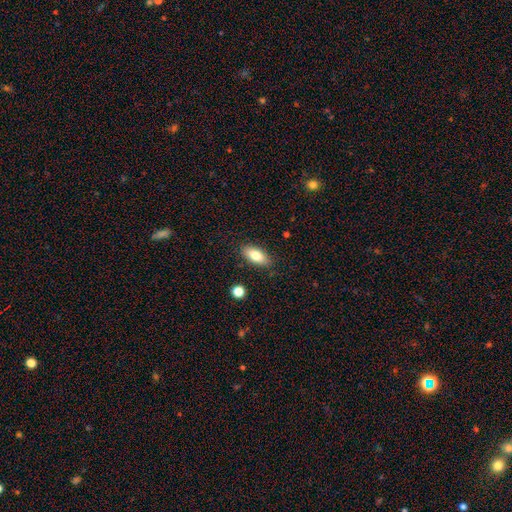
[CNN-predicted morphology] smooth 80%, featured or disk 13%, star or artifact 7%. Down the decision tree: how rounded — in between (87%); merging — none (85%).